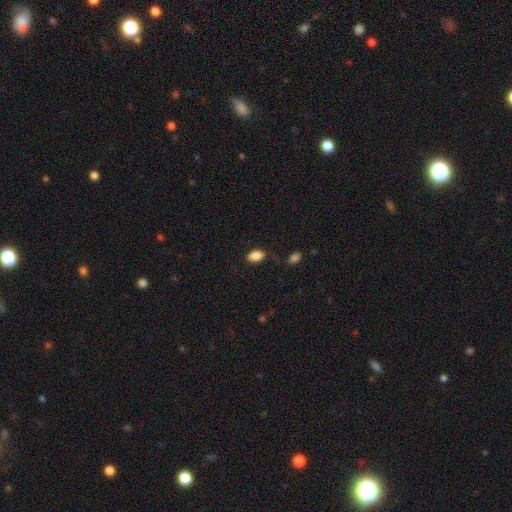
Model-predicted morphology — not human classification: This appears to be a smooth galaxy with no disk features (87%) that is in between round and cigar-shaped (89%). Merging: none (78%).